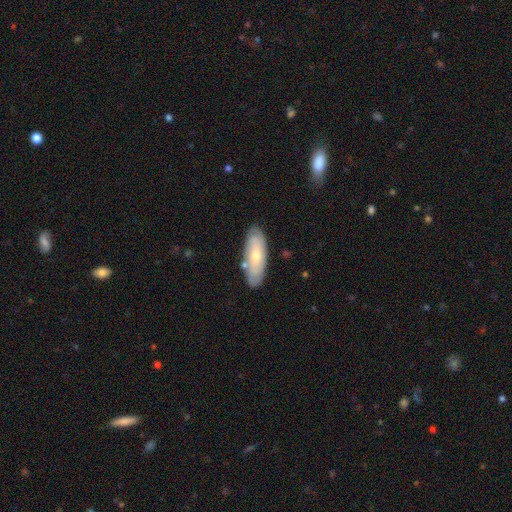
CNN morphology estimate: This is possibly a smooth galaxy (57%). How rounded: likely in between (69%). Merging: clearly none (80%).